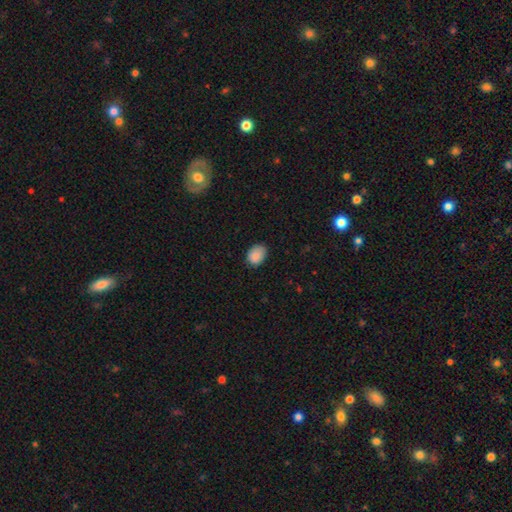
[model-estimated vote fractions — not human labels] Smooth or featured: smooth — 88% (star or artifact — 8%)
How rounded: in between — 76% (round — 23%)
Merging: none — 77% (minor disturbance — 19%)